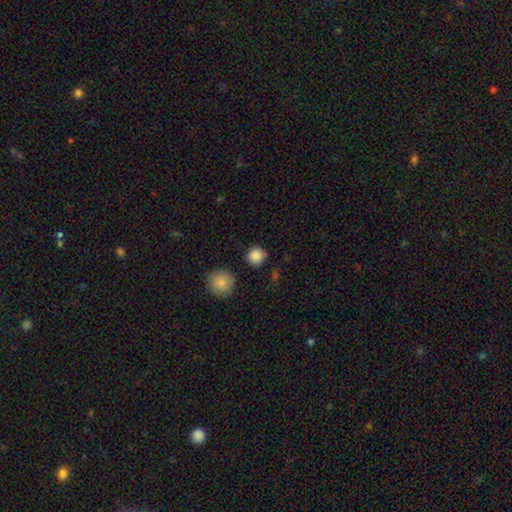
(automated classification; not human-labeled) Smooth or featured: smooth — 87% (star or artifact — 9%)
How rounded: round — 92% (in between — 7%)
Merging: none — 86% (minor disturbance — 9%)